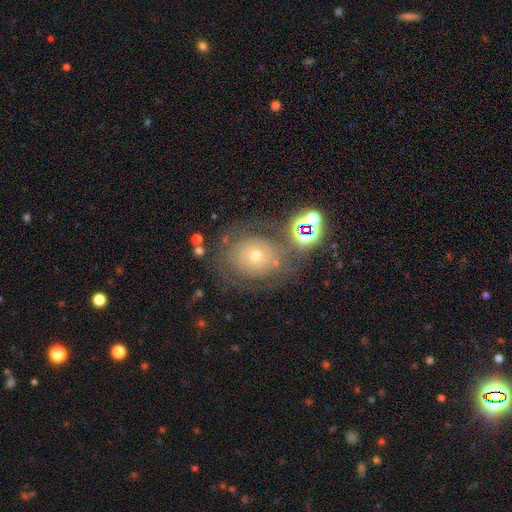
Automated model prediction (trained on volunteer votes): Smooth or featured? featured or disk (43%)
Merging? none (64%)